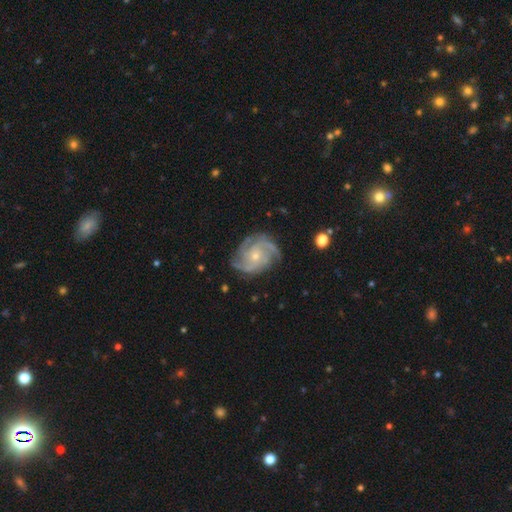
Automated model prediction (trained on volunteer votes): Q: Smooth or featured?
A: featured or disk (91%); runner-up: smooth (5%)
Q: Edge-on disk?
A: no (98%); runner-up: yes (2%)
Q: Bar?
A: no (76%); runner-up: weak (20%)
Q: Spiral arms?
A: yes (98%); runner-up: no (2%)
Q: Spiral winding?
A: tight (54%); runner-up: medium (39%)
Q: Spiral arm count?
A: 3 (46%); runner-up: 4 (18%)
Q: Bulge size?
A: small (69%); runner-up: moderate (28%)
Q: Merging?
A: none (78%); runner-up: minor disturbance (16%)